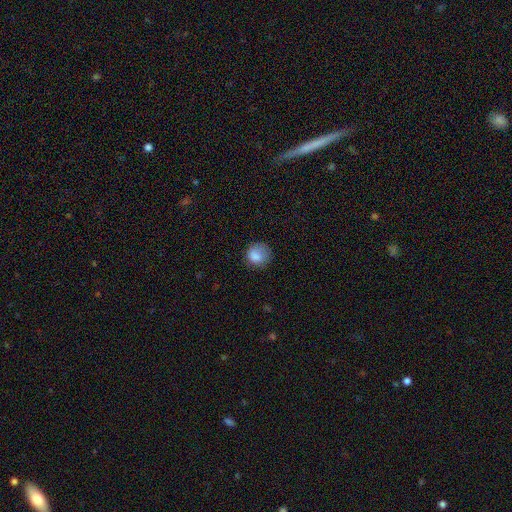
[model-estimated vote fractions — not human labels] This is clearly a smooth galaxy (84%). How rounded: clearly round (82%). Merging: likely none (67%).